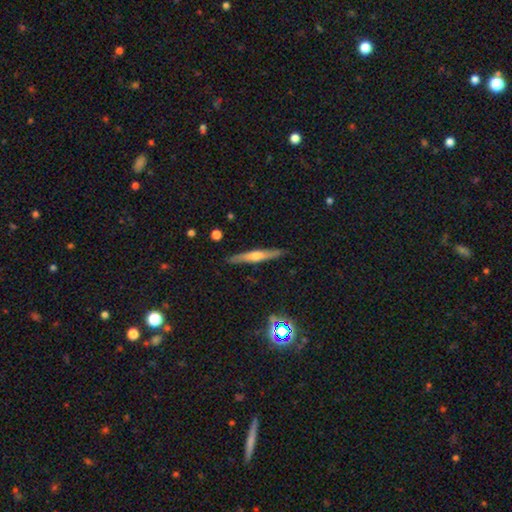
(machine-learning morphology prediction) smooth_or_featured: featured or disk (p=0.56) [alt: smooth p=0.37]
disk_edge_on: yes (p=0.95) [alt: no p=0.05]
edge_on_bulge: rounded (p=0.80) [alt: none p=0.14]
merging: none (p=0.89) [alt: minor disturbance p=0.08]